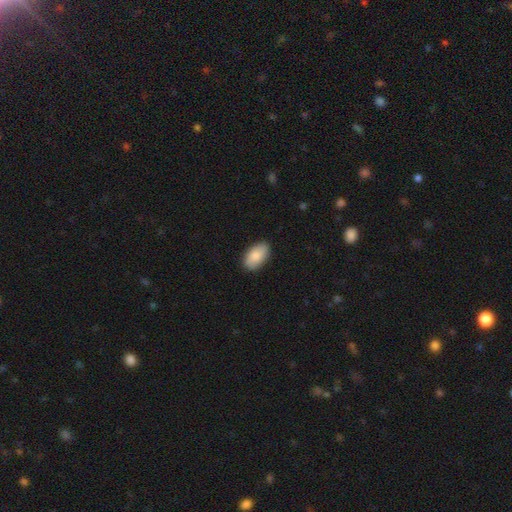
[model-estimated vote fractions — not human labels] smooth_or_featured: smooth (p=0.83) [alt: featured or disk p=0.12]
how_rounded: in between (p=0.94) [alt: round p=0.04]
merging: none (p=0.86) [alt: minor disturbance p=0.11]